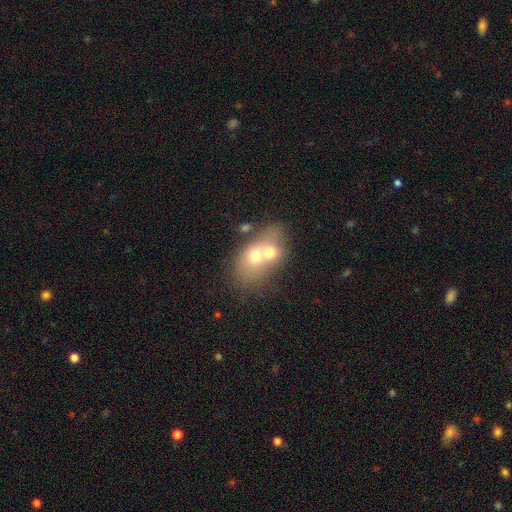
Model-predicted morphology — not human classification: type=smooth (58%); roundness=in between (63%); merging=merger (73%).